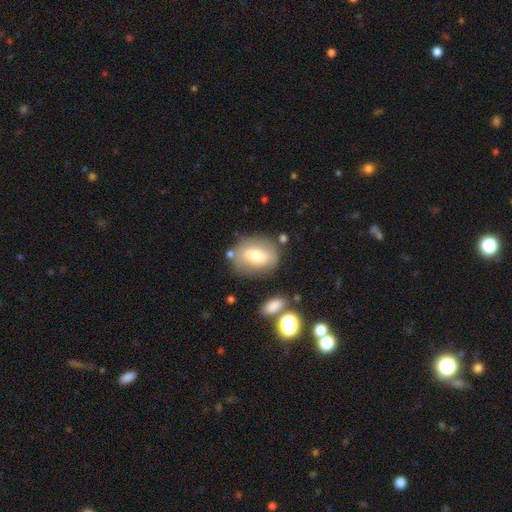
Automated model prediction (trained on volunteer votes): Morphology: type=smooth (63%); roundness=in between (64%); merging=none (70%).